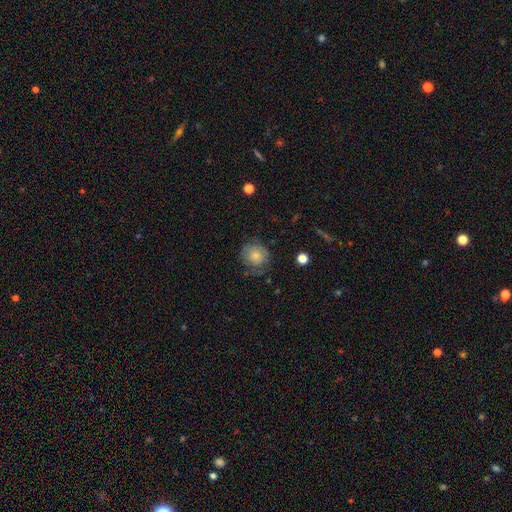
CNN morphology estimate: smooth-or-featured: smooth: 72% | featured or disk: 19% | star or artifact: 9%
  how-rounded: round: 86% | in between: 13% | cigar-shaped: 1%
  merging: none: 61% | minor disturbance: 25% | major disturbance: 12% | merger: 2%